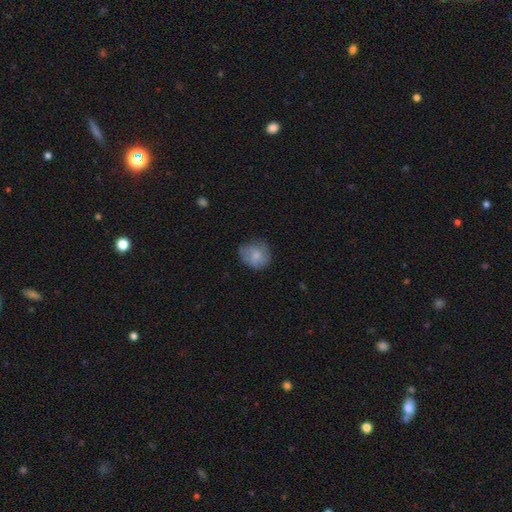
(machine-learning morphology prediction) Smooth or featured? smooth (72%)
How rounded? round (77%)
Merging? none (66%)